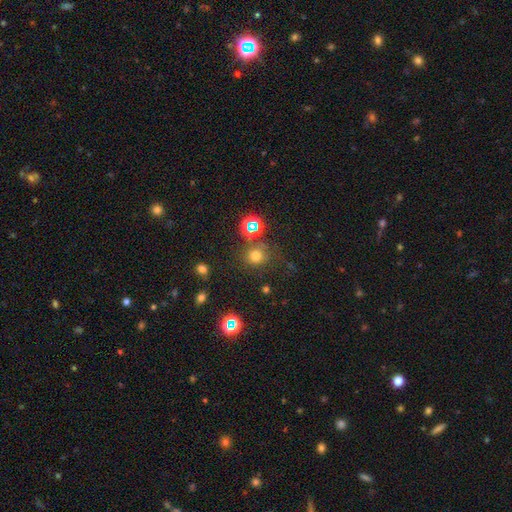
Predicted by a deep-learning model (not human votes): This is likely a smooth galaxy (66%). How rounded: clearly round (88%). Merging: likely none (71%).